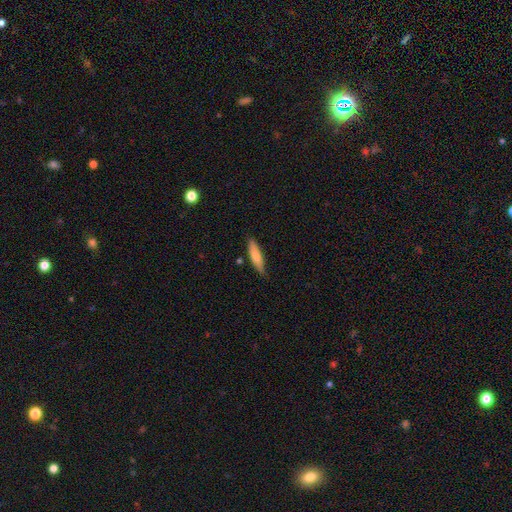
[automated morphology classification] This is likely a smooth galaxy (73%). How rounded: likely cigar-shaped (70%). Merging: likely none (78%).